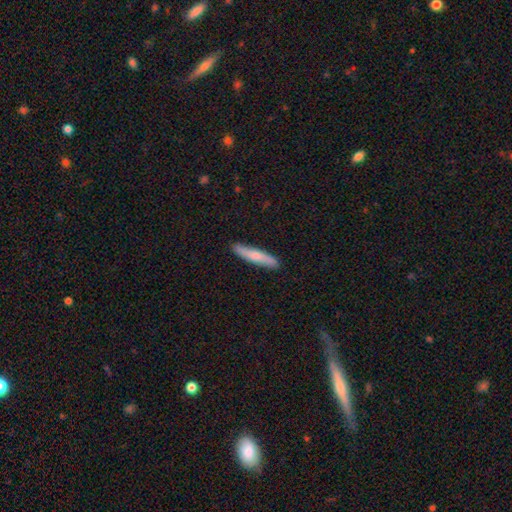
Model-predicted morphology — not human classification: A smooth galaxy with no disk features (66%) that is cigar-shaped (90%). Merging: none (89%).